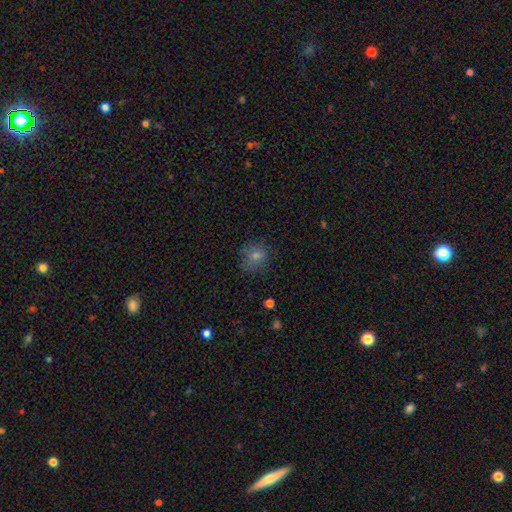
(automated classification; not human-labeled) A smooth galaxy with no disk features (68%) that is round (77%).

Vote fractions:
- Smooth or featured? smooth: 68% / star or artifact: 18% / featured or disk: 14%
- How rounded? round: 77% / in between: 22% / cigar-shaped: 1%
- Merging? none: 75% / minor disturbance: 17% / major disturbance: 6% / merger: 1%